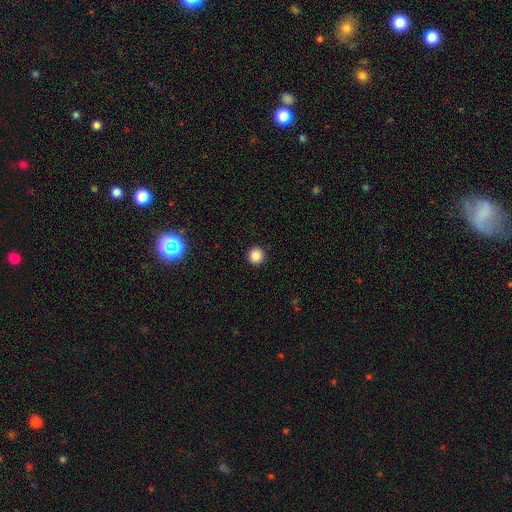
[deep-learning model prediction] A smooth galaxy with no disk features (87%) that is round (95%).

Vote fractions:
- Smooth or featured? smooth: 87% / star or artifact: 11% / featured or disk: 3%
- How rounded? round: 95% / in between: 4% / cigar-shaped: 1%
- Merging? none: 93% / minor disturbance: 5% / major disturbance: 2% / merger: 1%